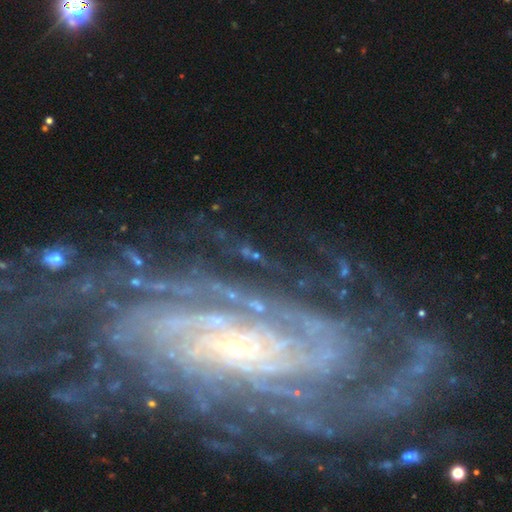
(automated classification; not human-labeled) The model was most divided on "spiral arm count": more than 4: 26%, can't tell: 24%, 4: 17%, 3: 12%, 2: 12%, 1: 9%. More confident: spiral arms — yes (98%); edge-on disk — no (95%); smooth or featured — featured or disk (88%); bulge size — small (75%); spiral winding — tight (74%); merging — none (74%); bar — no (52%).